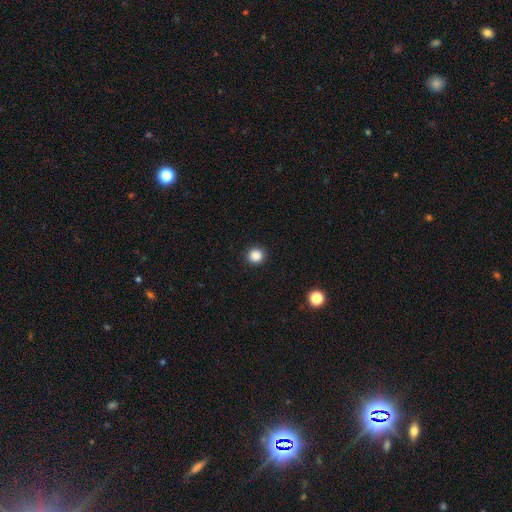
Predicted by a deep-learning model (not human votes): Smooth or featured? smooth (87%)
How rounded? round (94%)
Merging? none (93%)